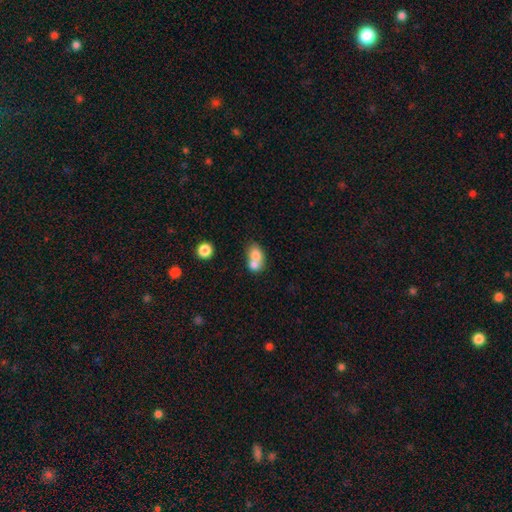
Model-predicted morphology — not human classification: This appears to be a smooth galaxy with no disk features (72%) that is in between round and cigar-shaped (59%). Merging: merger (64%).